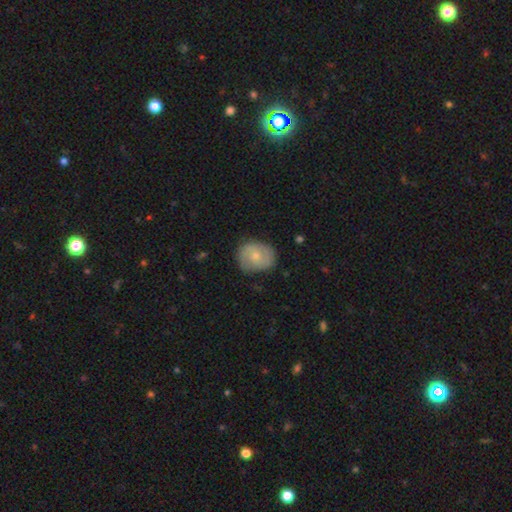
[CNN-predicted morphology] featured or disk 49%, smooth 44%, star or artifact 6%. Down the decision tree: merging — none (75%).